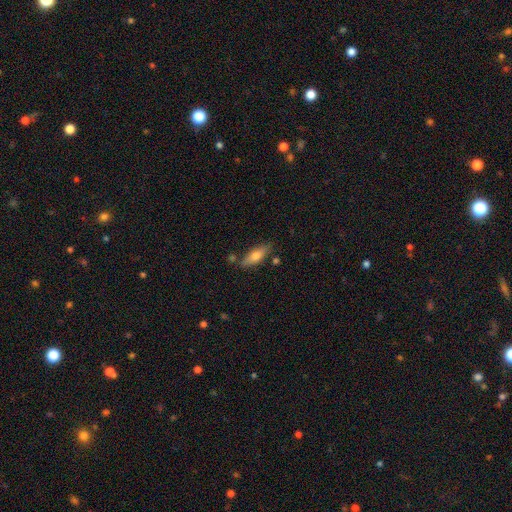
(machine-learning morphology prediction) This is likely a smooth galaxy (64%). How rounded: possibly in between (51%). Merging: likely none (77%).